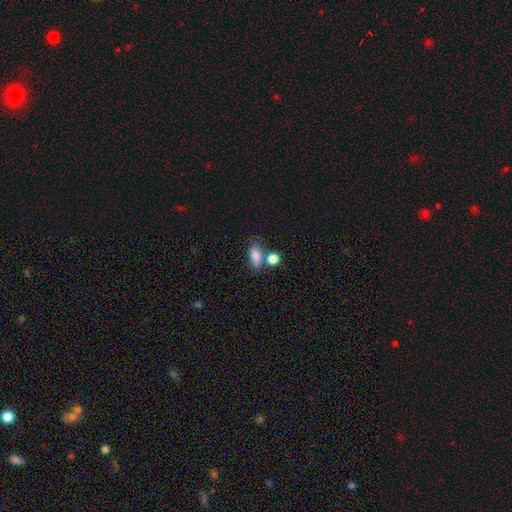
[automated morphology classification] Smooth or featured: smooth — 84% (star or artifact — 9%)
How rounded: in between — 80% (round — 12%)
Merging: none — 54% (merger — 25%)